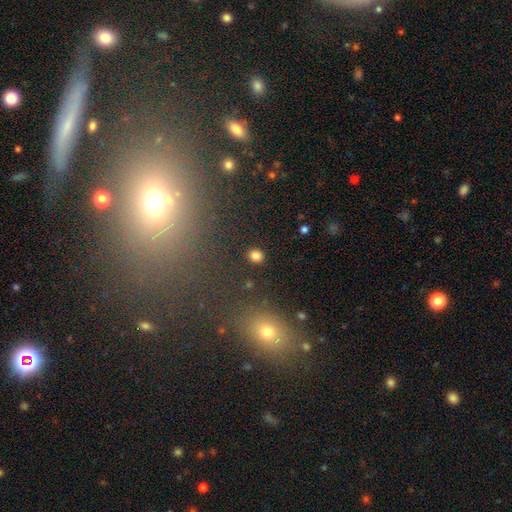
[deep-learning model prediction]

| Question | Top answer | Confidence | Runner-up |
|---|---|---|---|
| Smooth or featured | smooth | 82% | star or artifact (13%) |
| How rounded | round | 81% | in between (18%) |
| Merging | none | 90% | minor disturbance (6%) |